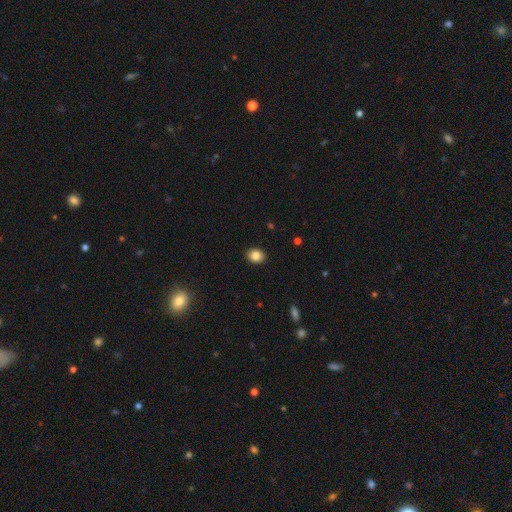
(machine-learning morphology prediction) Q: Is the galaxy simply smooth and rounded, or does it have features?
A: smooth — 84%.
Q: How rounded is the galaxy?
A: in between — 51%.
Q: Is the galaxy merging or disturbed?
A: none — 90%.